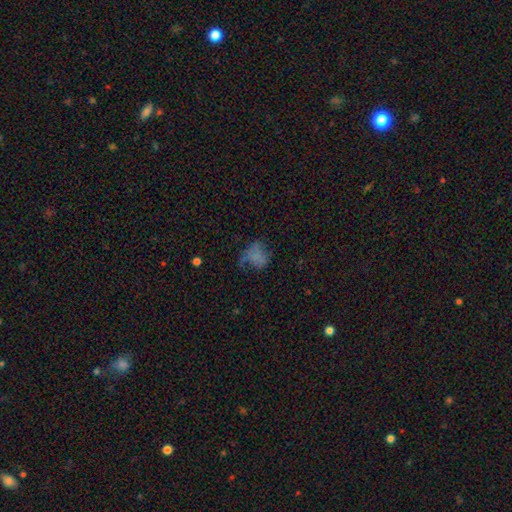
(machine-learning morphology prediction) Smooth or featured: smooth — 56% (featured or disk — 26%)
How rounded: in between — 54% (round — 44%)
Merging: none — 36% (major disturbance — 35%)